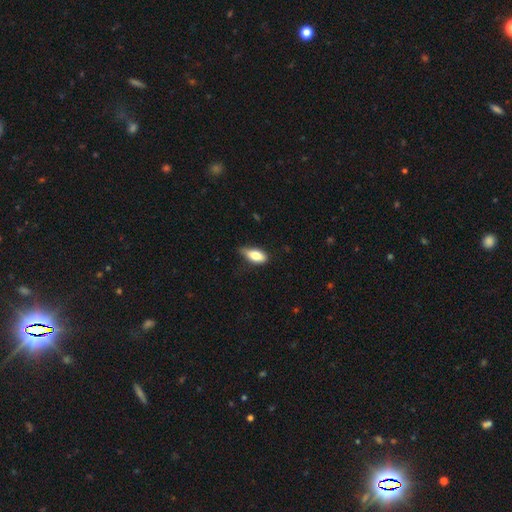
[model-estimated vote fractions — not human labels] Morphology: type=smooth (77%); roundness=in between (86%); merging=none (52%).